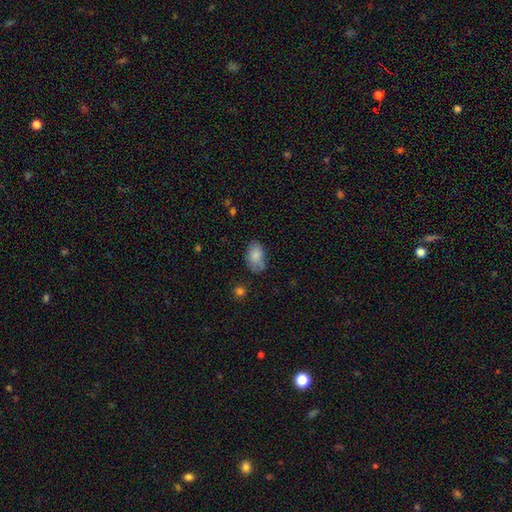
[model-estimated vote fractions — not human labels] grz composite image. It shows a smooth galaxy with no disk features (84%) that is in between round and cigar-shaped (89%). Merging: none (58%).